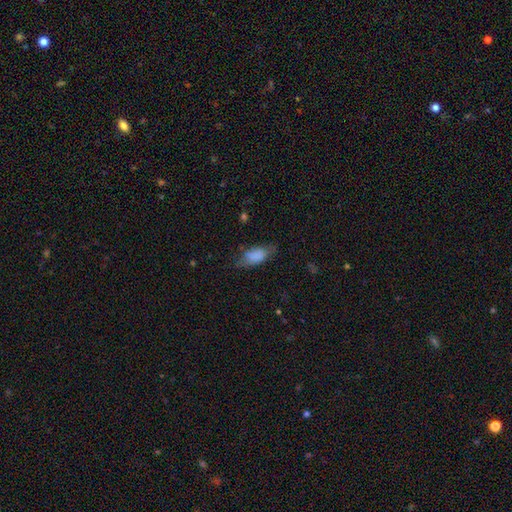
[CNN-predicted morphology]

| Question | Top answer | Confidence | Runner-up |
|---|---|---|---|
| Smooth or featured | smooth | 79% | featured or disk (13%) |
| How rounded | in between | 85% | cigar-shaped (12%) |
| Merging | none | 56% | minor disturbance (30%) |